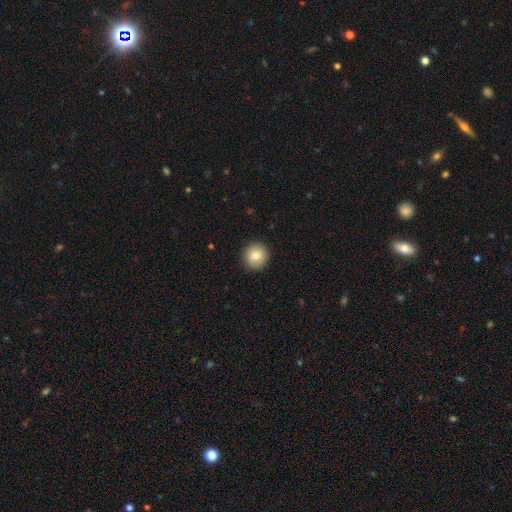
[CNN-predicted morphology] Overall: smooth (80%). How rounded: round (91%). Merging: none (91%).